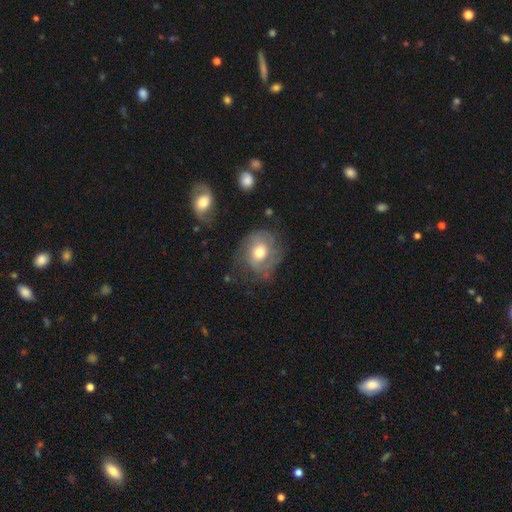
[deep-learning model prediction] smooth-or-featured: featured or disk: 47% | smooth: 34% | star or artifact: 19%
  merging: none: 73% | minor disturbance: 16% | major disturbance: 8% | merger: 3%